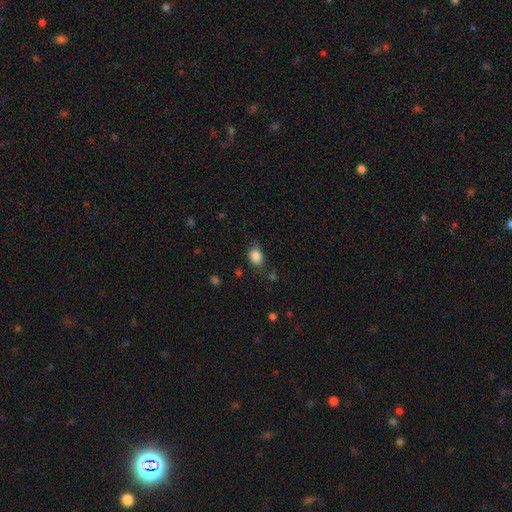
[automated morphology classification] This is clearly a smooth galaxy (84%). How rounded: possibly in between (54%). Merging: likely none (61%).